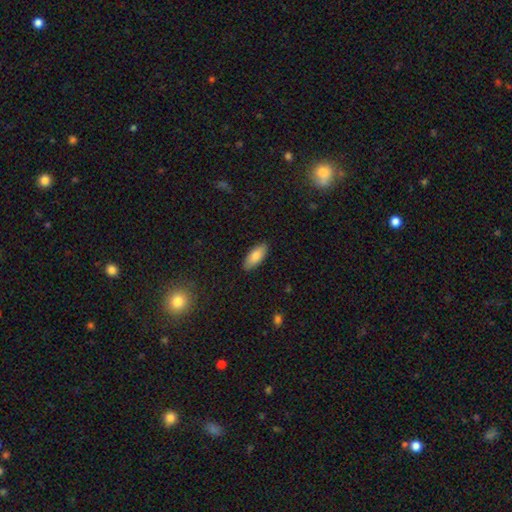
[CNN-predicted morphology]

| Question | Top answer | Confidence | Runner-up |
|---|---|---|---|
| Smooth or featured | smooth | 82% | featured or disk (12%) |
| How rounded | in between | 82% | cigar-shaped (16%) |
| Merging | none | 88% | minor disturbance (9%) |